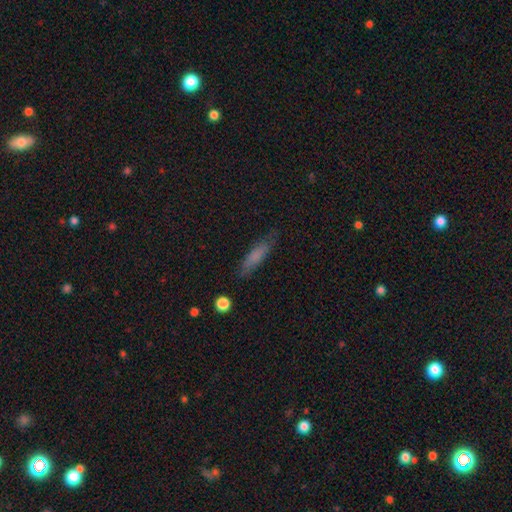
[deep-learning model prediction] This is likely a smooth galaxy (73%). How rounded: likely cigar-shaped (72%). Merging: likely none (78%).